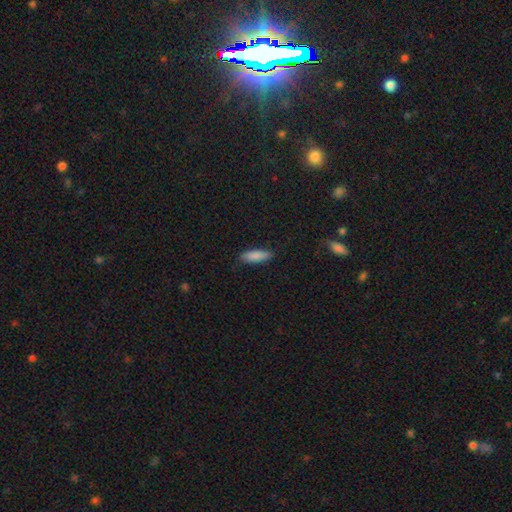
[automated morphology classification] type=smooth (87%); roundness=cigar-shaped (60%); merging=none (88%).